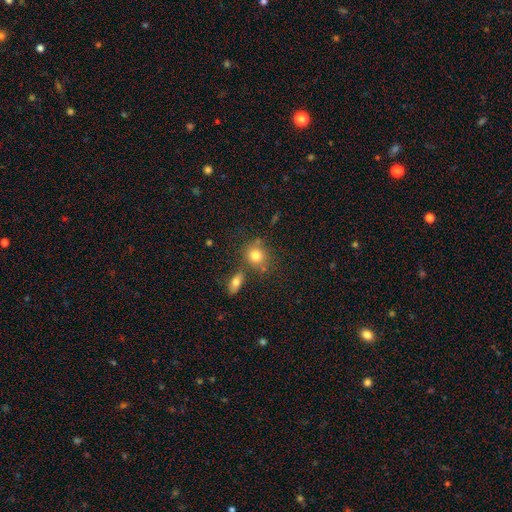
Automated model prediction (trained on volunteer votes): smooth_or_featured: smooth (p=0.79) [alt: star or artifact p=0.11]
how_rounded: round (p=0.73) [alt: in between p=0.26]
merging: none (p=0.66) [alt: merger p=0.16]